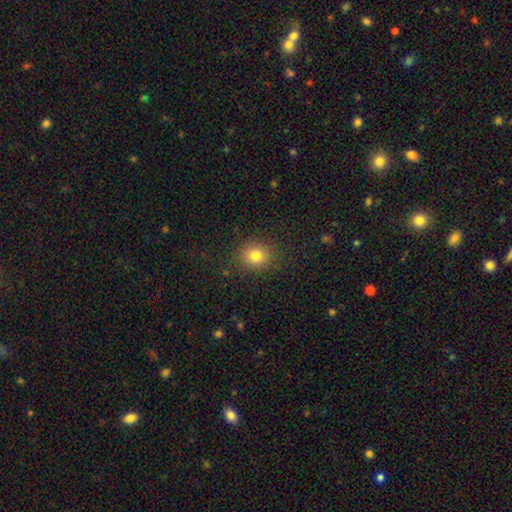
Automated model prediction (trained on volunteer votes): This is likely a smooth galaxy (79%). How rounded: likely round (75%). Merging: clearly none (86%).